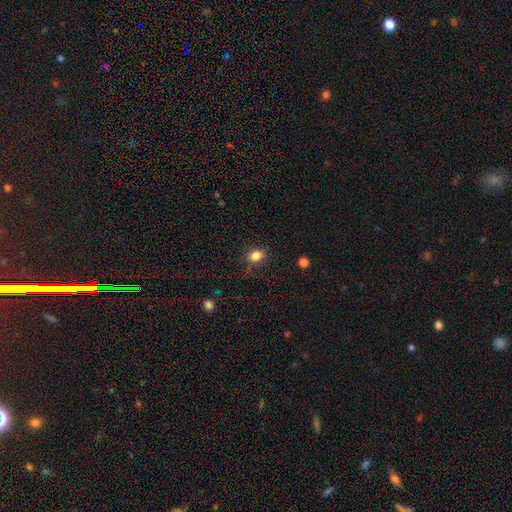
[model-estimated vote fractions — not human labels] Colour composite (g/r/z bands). It shows a smooth galaxy with no disk features (83%) that is in between round and cigar-shaped (58%). Merging: none (80%).